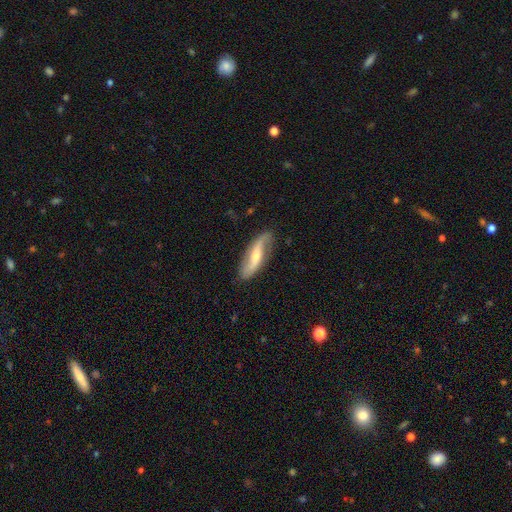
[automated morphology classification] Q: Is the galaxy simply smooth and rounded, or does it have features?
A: featured or disk — 76%.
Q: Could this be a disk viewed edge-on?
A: no — 84%.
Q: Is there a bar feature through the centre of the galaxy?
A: weak — 34%.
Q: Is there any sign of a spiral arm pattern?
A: yes — 92%.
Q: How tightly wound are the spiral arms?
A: loose — 73%.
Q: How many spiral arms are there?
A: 2 — 90%.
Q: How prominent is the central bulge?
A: small — 48%.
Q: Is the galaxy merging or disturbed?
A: none — 81%.